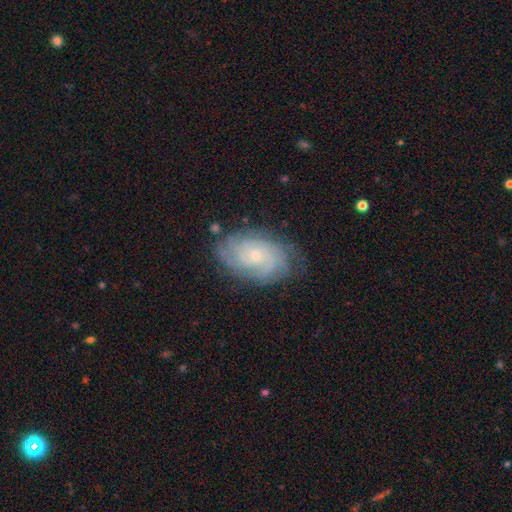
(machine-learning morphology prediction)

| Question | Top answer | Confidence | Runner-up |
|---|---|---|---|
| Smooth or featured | featured or disk | 83% | smooth (11%) |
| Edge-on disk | no | 96% | yes (4%) |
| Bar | no | 75% | weak (21%) |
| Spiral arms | yes | 96% | no (4%) |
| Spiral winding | tight | 75% | medium (21%) |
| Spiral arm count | can't tell | 34% | 4 (20%) |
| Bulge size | small | 72% | moderate (23%) |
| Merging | none | 77% | minor disturbance (17%) |